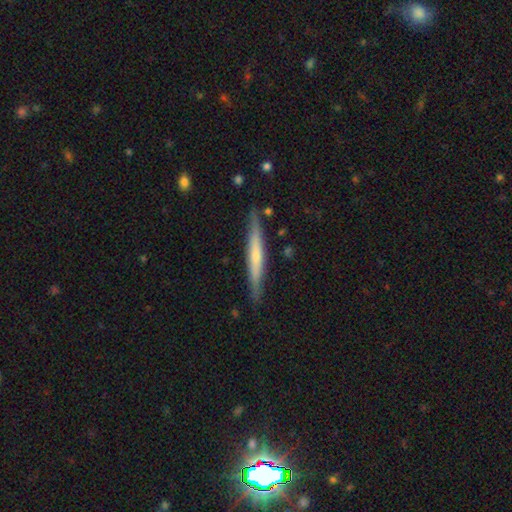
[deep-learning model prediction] Smooth or featured? featured or disk (49%)
Merging? none (87%)